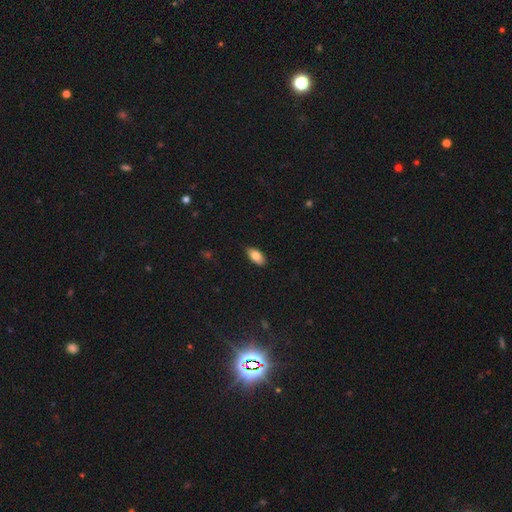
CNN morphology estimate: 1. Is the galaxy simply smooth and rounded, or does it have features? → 79% smooth, 14% featured or disk, 7% star or artifact.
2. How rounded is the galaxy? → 90% in between, 7% cigar-shaped, 3% round.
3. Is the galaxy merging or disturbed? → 87% none, 10% minor disturbance, 2% major disturbance, 1% merger.